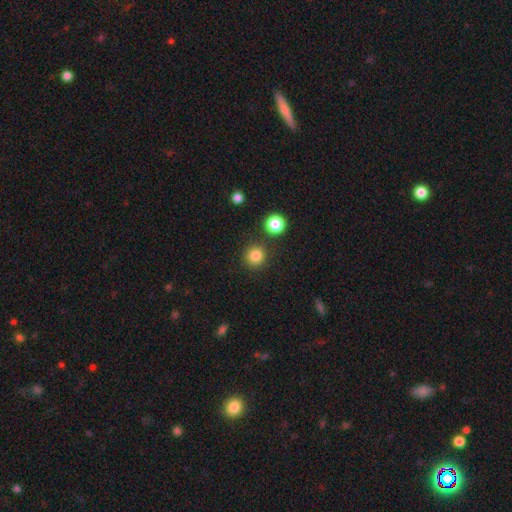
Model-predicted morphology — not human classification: smooth 83%, star or artifact 12%, featured or disk 5%. Down the decision tree: how rounded — round (94%); merging — none (87%).